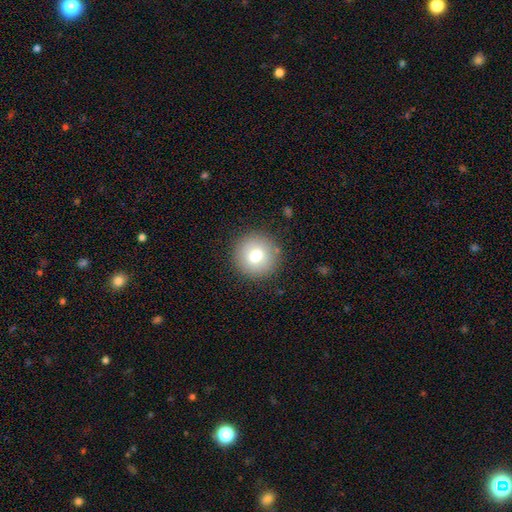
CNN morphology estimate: smooth-or-featured: smooth: 75% | featured or disk: 15% | star or artifact: 11%
  how-rounded: round: 95% | in between: 4% | cigar-shaped: 1%
  merging: none: 88% | minor disturbance: 7% | major disturbance: 3% | merger: 1%